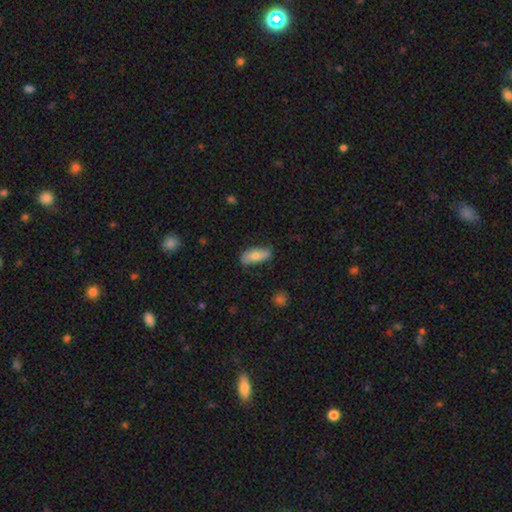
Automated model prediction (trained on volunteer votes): A smooth galaxy with no disk features (68%) that is in between round and cigar-shaped (79%).

Vote fractions:
- Smooth or featured? smooth: 68% / featured or disk: 26% / star or artifact: 6%
- How rounded? in between: 79% / cigar-shaped: 18% / round: 3%
- Merging? none: 75% / minor disturbance: 20% / major disturbance: 4% / merger: 2%